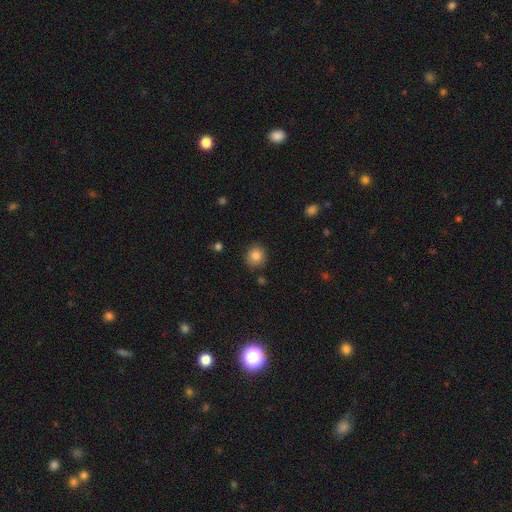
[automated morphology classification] smooth-or-featured: smooth: 82% | star or artifact: 11% | featured or disk: 7%
  how-rounded: round: 89% | in between: 10% | cigar-shaped: 1%
  merging: none: 83% | minor disturbance: 12% | merger: 3% | major disturbance: 2%